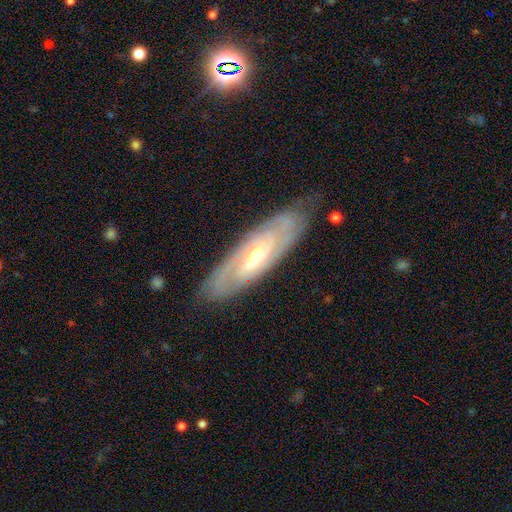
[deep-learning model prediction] A featured or disk galaxy (80%) with no bar (44%), tight (68%) spiral arms (90%) and a small central bulge (52%).

Vote fractions:
- Smooth or featured? featured or disk: 80% / smooth: 14% / star or artifact: 6%
- Edge-on disk? no: 80% / yes: 20%
- Bar? no: 44% / weak: 40% / strong: 16%
- Spiral arms? yes: 90% / no: 10%
- Spiral winding? tight: 68% / medium: 26% / loose: 7%
- Spiral arm count? can't tell: 42% / 2: 38% / 3: 9% / 4: 5% / 1: 3% / more than 4: 3%
- Bulge size? small: 52% / moderate: 45% / large: 2% / none: 1% / dominant: 1%
- Merging? none: 81% / minor disturbance: 15% / major disturbance: 3% / merger: 1%